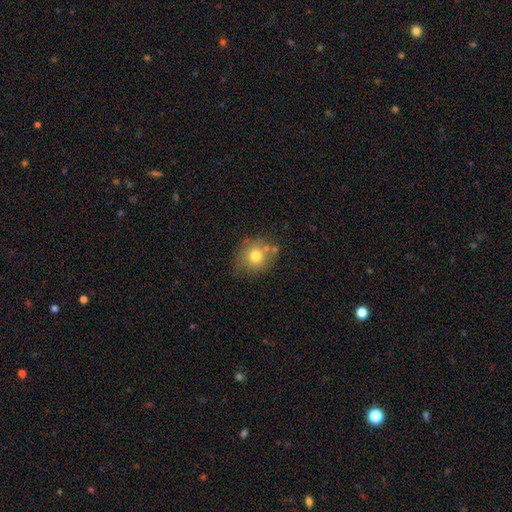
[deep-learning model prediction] Smooth or featured? Predicted: smooth (p=0.74). How rounded? Predicted: round (p=0.84). Merging? Predicted: none (p=0.68).